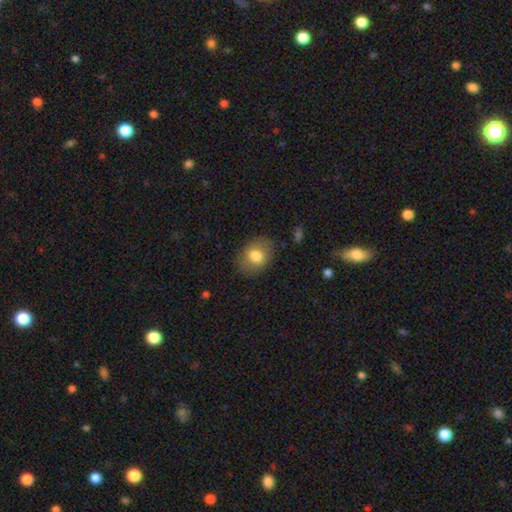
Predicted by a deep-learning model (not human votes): Smooth or featured? Predicted: smooth (p=0.76). How rounded? Predicted: in between (p=0.61). Merging? Predicted: none (p=0.83).